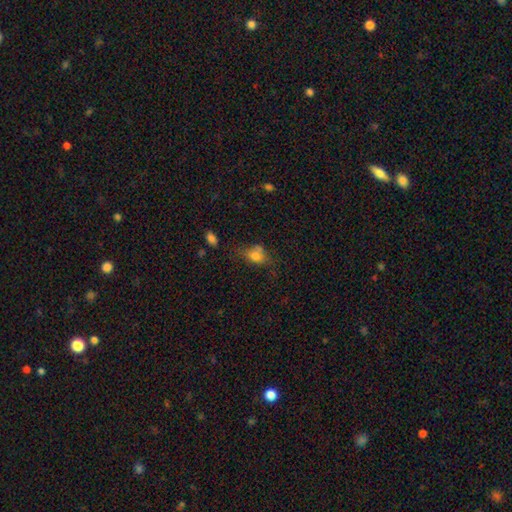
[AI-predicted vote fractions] Smooth or featured?
  - smooth: 73% *
  - featured or disk: 15%
  - star or artifact: 12%
How rounded?
  - in between: 63% *
  - round: 34%
  - cigar-shaped: 4%
Merging?
  - none: 45% *
  - minor disturbance: 29%
  - major disturbance: 15%
  - merger: 11%